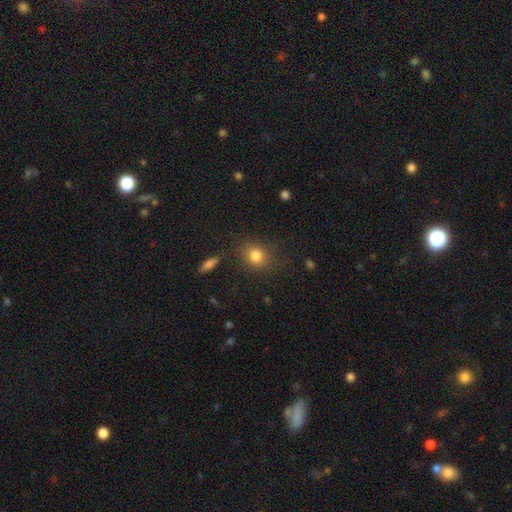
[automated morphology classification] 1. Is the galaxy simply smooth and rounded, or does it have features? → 81% smooth, 12% star or artifact, 7% featured or disk.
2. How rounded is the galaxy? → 66% round, 32% in between, 1% cigar-shaped.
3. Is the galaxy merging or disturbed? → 82% none, 12% minor disturbance, 4% major disturbance, 2% merger.